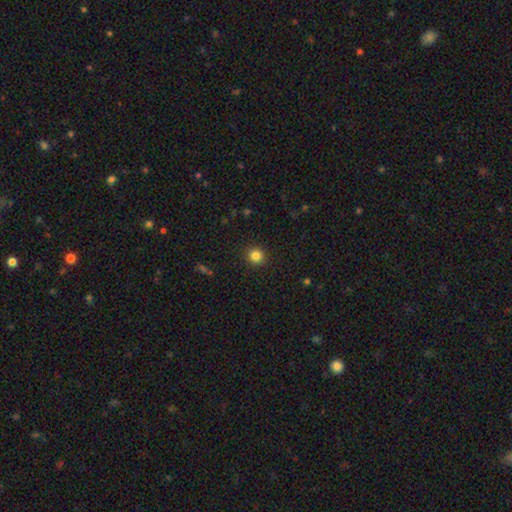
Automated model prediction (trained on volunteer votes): This appears to be a smooth galaxy with no disk features (83%) that is round (93%). Merging: none (92%).